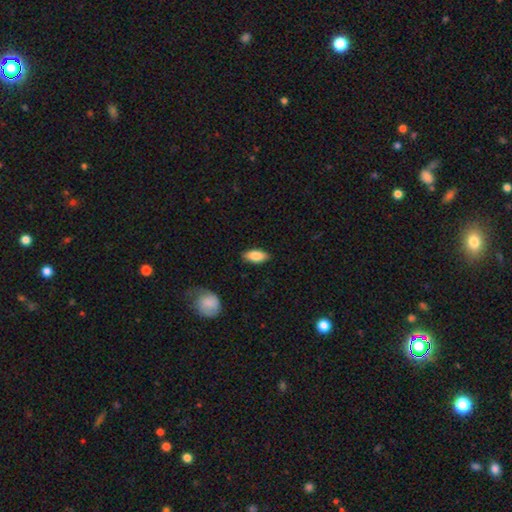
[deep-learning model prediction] Smooth or featured: smooth — 82% (featured or disk — 11%)
How rounded: in between — 89% (cigar-shaped — 8%)
Merging: none — 87% (minor disturbance — 10%)